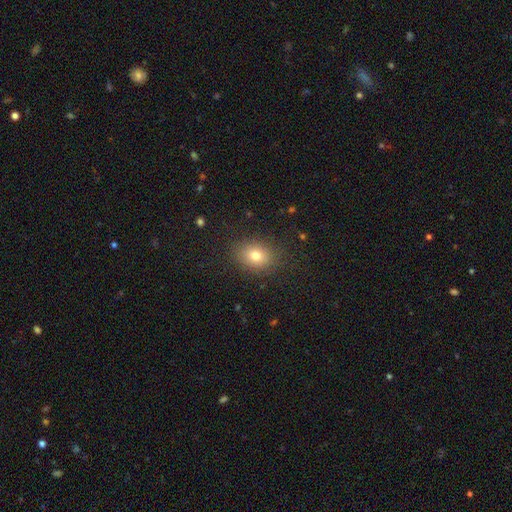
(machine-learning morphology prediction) A smooth galaxy with no disk features (77%) that is in between round and cigar-shaped (61%). Merging: none (85%).